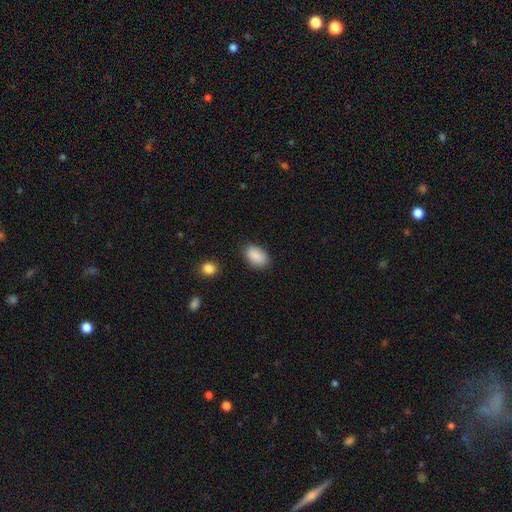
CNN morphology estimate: The model was most divided on "merging": none: 83%, minor disturbance: 12%, major disturbance: 3%, merger: 2%. More confident: how rounded — in between (91%); smooth or featured — smooth (89%).